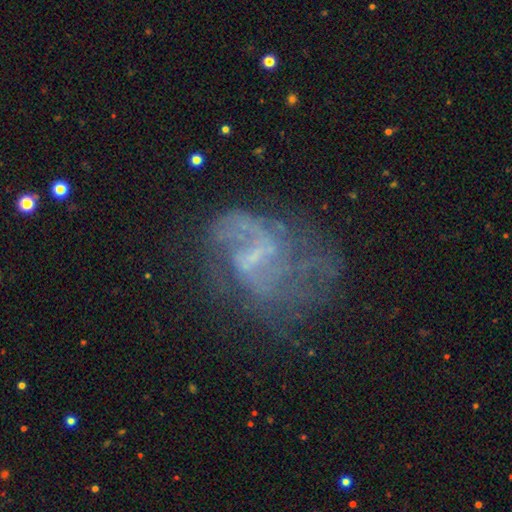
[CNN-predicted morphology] type=featured or disk (72%); edge-on=no (98%); bar=weak (48%); spiral arms=yes (65%); bulge=small (49%); merging=none (40%).